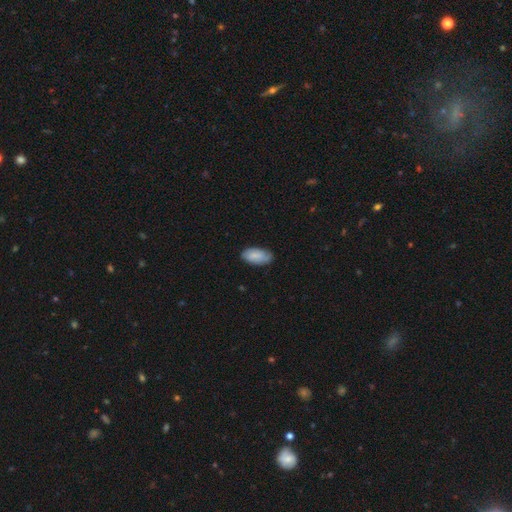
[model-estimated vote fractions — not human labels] The model was most divided on "merging": none: 78%, minor disturbance: 18%, major disturbance: 3%, merger: 1%. More confident: how rounded — in between (94%); smooth or featured — smooth (81%).